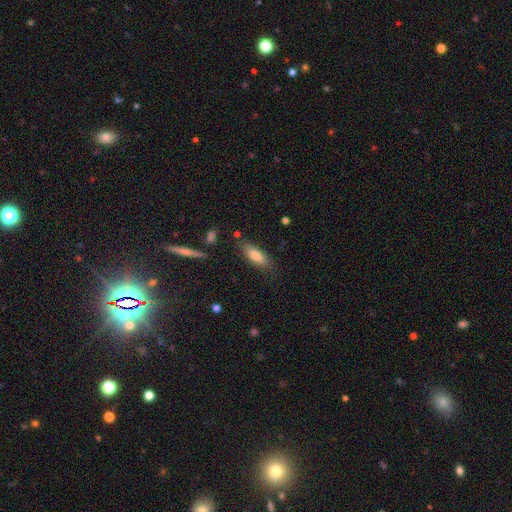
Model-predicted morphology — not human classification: This is likely a smooth galaxy (77%). How rounded: possibly in between (56%). Merging: likely none (78%).